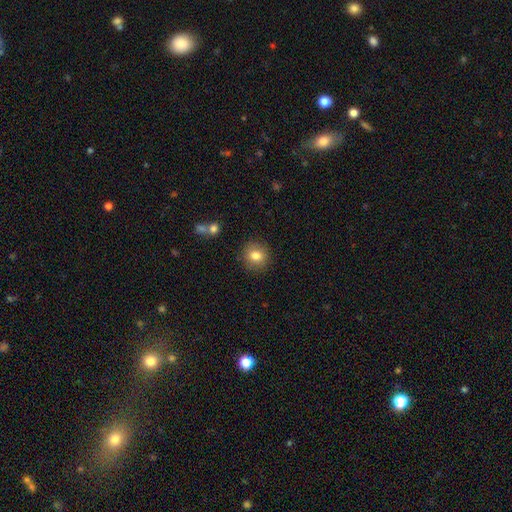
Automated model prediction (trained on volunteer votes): The model was most divided on "how rounded": round: 85%, in between: 14%, cigar-shaped: 1%. More confident: merging — none (88%); smooth or featured — smooth (82%).